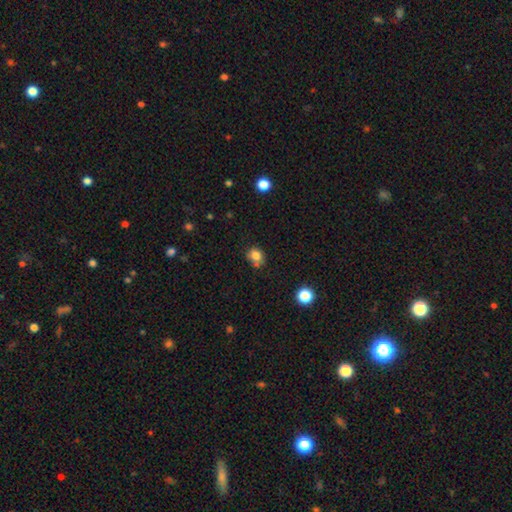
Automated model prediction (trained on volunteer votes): smooth 80%, star or artifact 12%, featured or disk 8%. Down the decision tree: how rounded — round (64%); merging — none (62%).